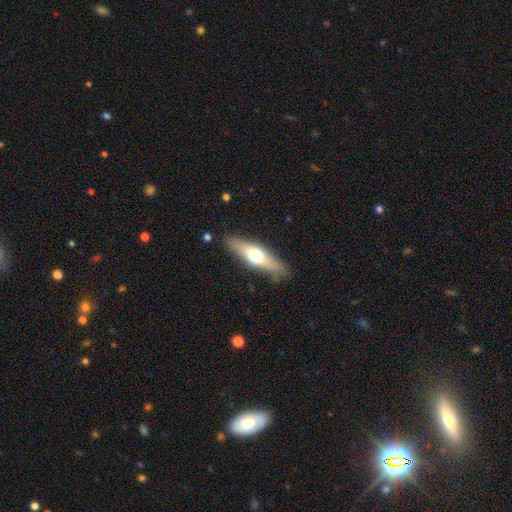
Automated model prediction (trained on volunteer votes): Morphology: type=smooth (51%); roundness=cigar-shaped (65%); merging=none (85%).